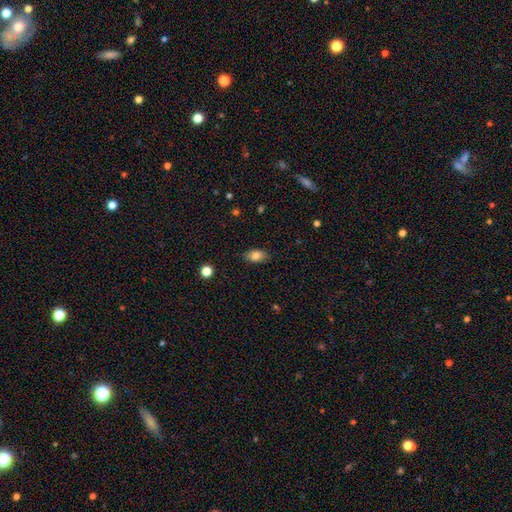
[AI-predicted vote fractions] A smooth galaxy with no disk features (82%) that is in between round and cigar-shaped (88%). Merging: none (84%).